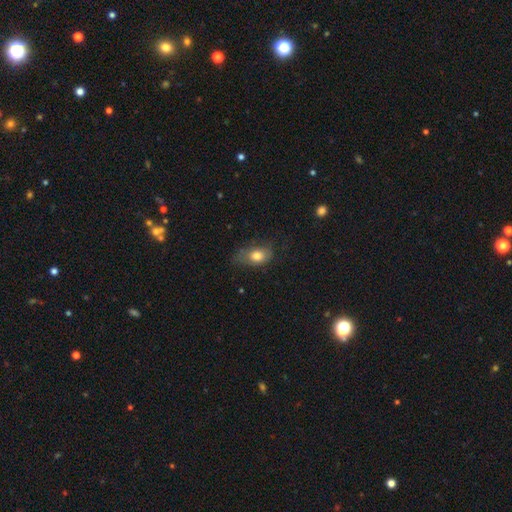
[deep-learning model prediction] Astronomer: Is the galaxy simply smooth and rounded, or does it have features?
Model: smooth — 73%.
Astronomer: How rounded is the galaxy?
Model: in between — 82%.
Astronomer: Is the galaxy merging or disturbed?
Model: none — 53% (runner-up: minor disturbance, 30%).